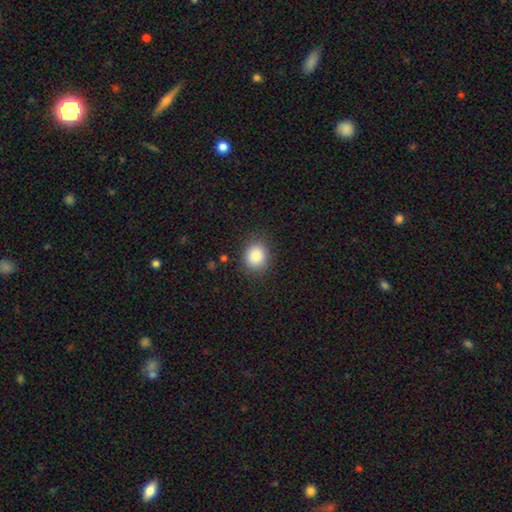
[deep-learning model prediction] Morphology: type=smooth (86%); roundness=round (71%); merging=none (85%).